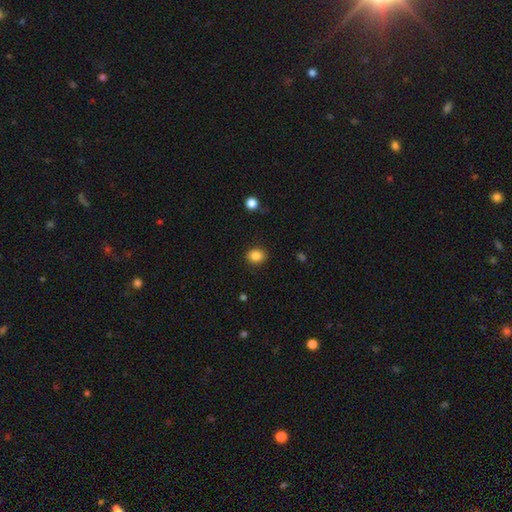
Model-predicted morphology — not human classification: Smooth or featured? smooth (86%)
How rounded? round (64%)
Merging? none (88%)